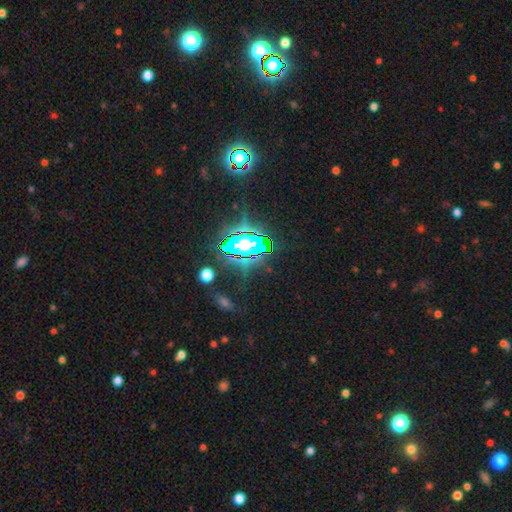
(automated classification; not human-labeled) Overall: star or artifact (80%).